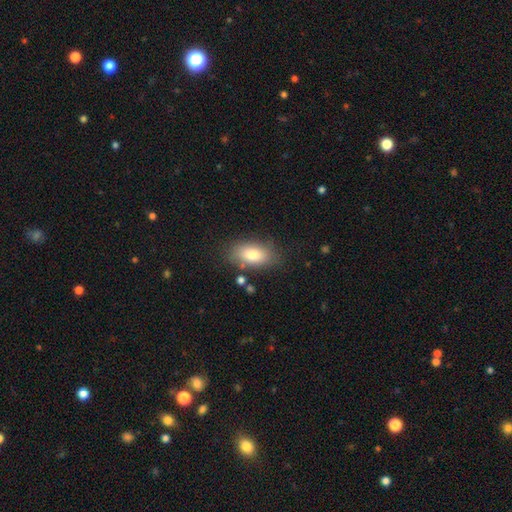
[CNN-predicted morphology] Smooth or featured? smooth (80%)
How rounded? in between (90%)
Merging? none (80%)